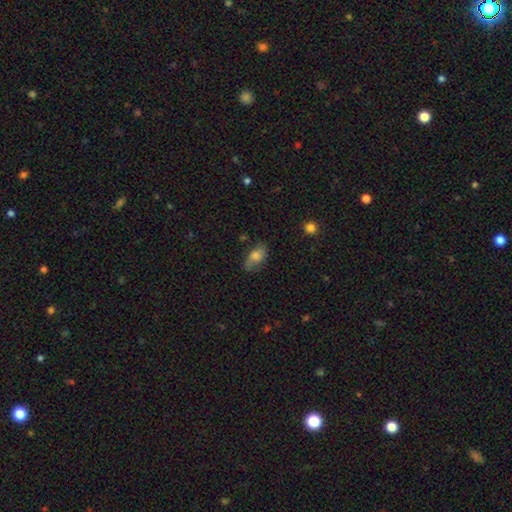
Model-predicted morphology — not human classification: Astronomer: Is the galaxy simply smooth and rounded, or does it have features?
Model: smooth — 61%.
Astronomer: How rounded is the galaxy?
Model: in between — 86%.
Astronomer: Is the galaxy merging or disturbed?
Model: none — 59%.